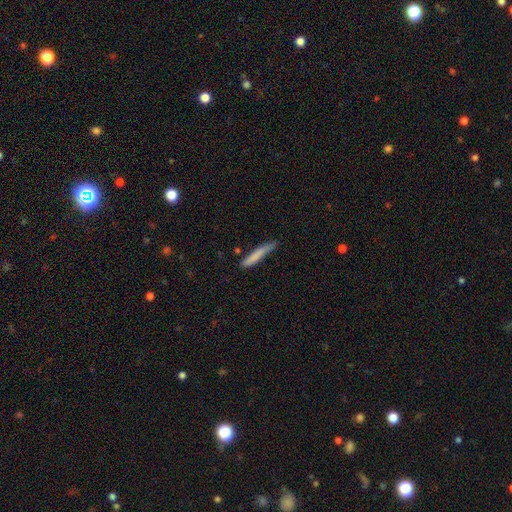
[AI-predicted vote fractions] A smooth galaxy with no disk features (77%) that is cigar-shaped (94%).

Vote fractions:
- Smooth or featured? smooth: 77% / featured or disk: 17% / star or artifact: 6%
- How rounded? cigar-shaped: 94% / in between: 5% / round: 1%
- Merging? none: 69% / minor disturbance: 24% / major disturbance: 4% / merger: 3%